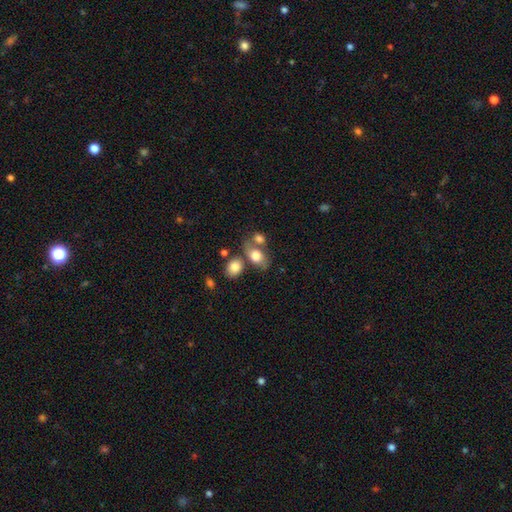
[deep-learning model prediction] This is likely a smooth galaxy (72%). How rounded: likely in between (74%). Merging: marginally none (41%).